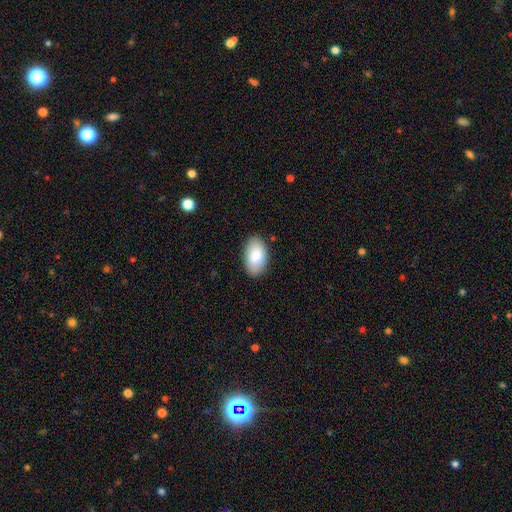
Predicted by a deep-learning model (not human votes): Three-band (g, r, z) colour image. It shows a smooth galaxy with no disk features (87%) that is in between round and cigar-shaped (94%). Merging: none (87%).